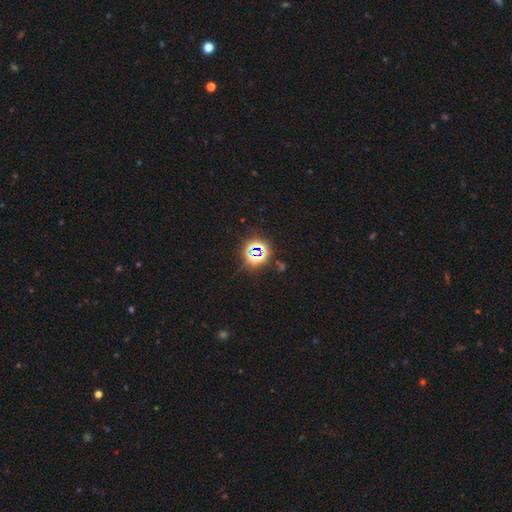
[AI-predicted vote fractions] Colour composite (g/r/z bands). It shows a star or artifact, not a galaxy (70%).